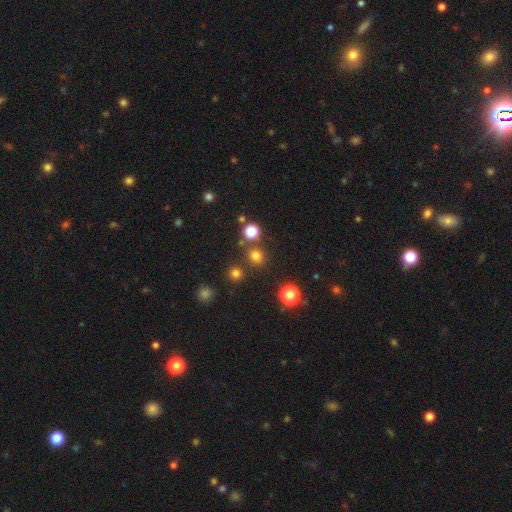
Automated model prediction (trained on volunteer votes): A smooth galaxy with no disk features (74%) that is round (89%).

Vote fractions:
- Smooth or featured? smooth: 74% / star or artifact: 21% / featured or disk: 5%
- How rounded? round: 89% / in between: 10% / cigar-shaped: 1%
- Merging? none: 80% / merger: 10% / minor disturbance: 7% / major disturbance: 3%